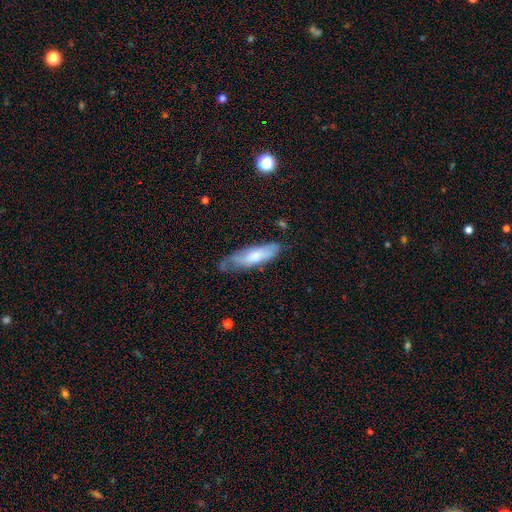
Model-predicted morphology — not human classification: type=smooth (67%); roundness=cigar-shaped (53%); merging=none (50%).